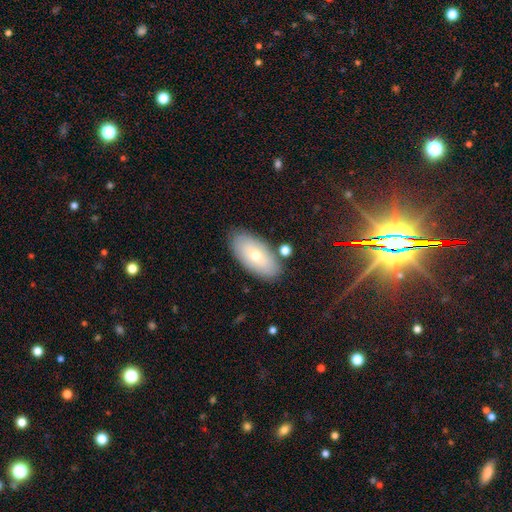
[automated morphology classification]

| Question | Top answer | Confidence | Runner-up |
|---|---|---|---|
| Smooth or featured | smooth | 65% | featured or disk (27%) |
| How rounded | in between | 93% | cigar-shaped (4%) |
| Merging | none | 82% | minor disturbance (12%) |